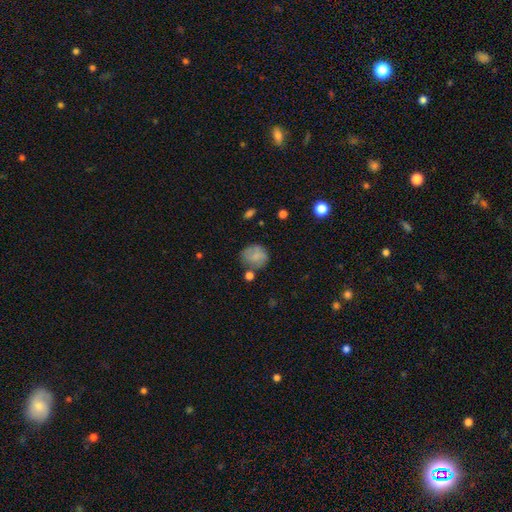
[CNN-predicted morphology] Overall: smooth (73%). How rounded: round (80%). Merging: none (60%; minor disturbance 22%).